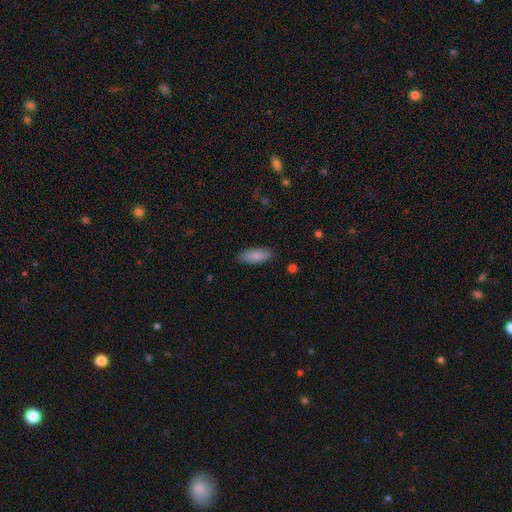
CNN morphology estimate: Overall: smooth (87%). How rounded: in between (74%). Merging: none (83%).